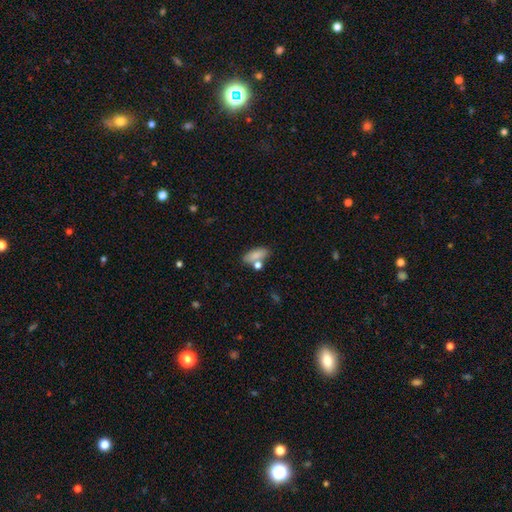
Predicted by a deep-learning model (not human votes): Smooth or featured?
  - smooth: 82% *
  - featured or disk: 10%
  - star or artifact: 8%
How rounded?
  - in between: 80% *
  - cigar-shaped: 14%
  - round: 5%
Merging?
  - none: 64% *
  - merger: 18%
  - minor disturbance: 14%
  - major disturbance: 4%